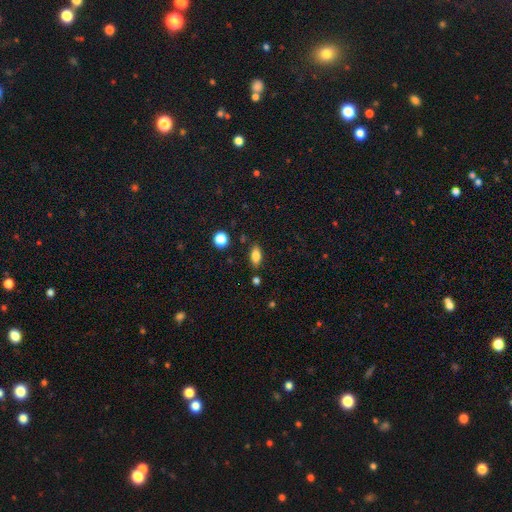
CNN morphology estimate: smooth 80%, featured or disk 11%, star or artifact 9%. Down the decision tree: how rounded — in between (84%); merging — none (82%).